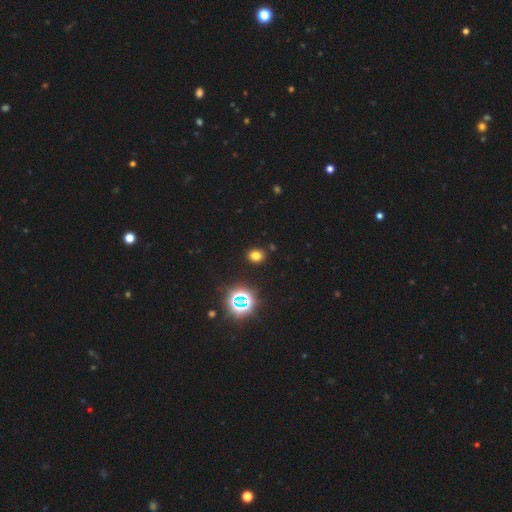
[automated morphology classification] Smooth or featured?
  - smooth: 71% *
  - star or artifact: 24%
  - featured or disk: 6%
How rounded?
  - round: 58% *
  - in between: 41%
  - cigar-shaped: 1%
Merging?
  - none: 88% *
  - minor disturbance: 7%
  - major disturbance: 2%
  - merger: 2%